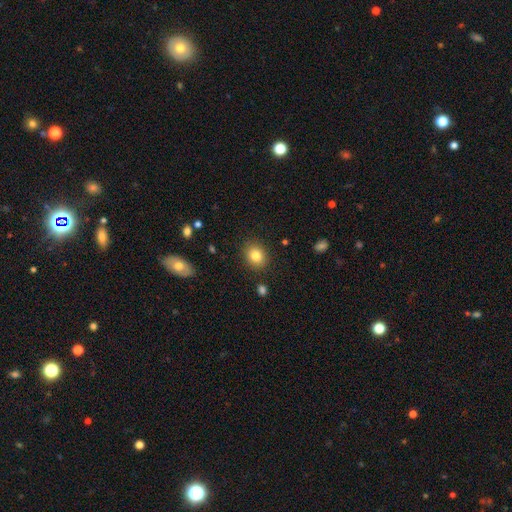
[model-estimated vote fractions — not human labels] Smooth or featured: smooth — 82% (star or artifact — 10%)
How rounded: round — 62% (in between — 37%)
Merging: none — 88% (minor disturbance — 8%)